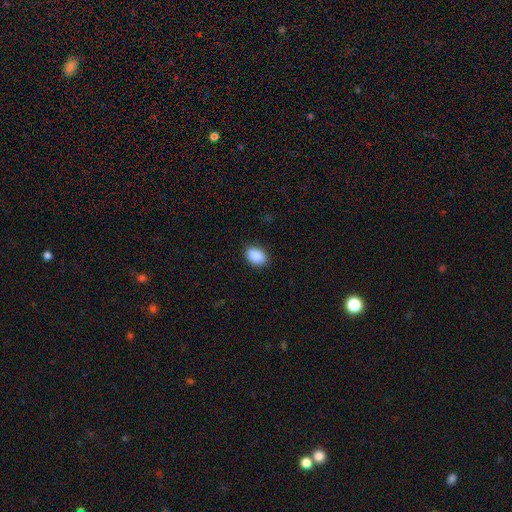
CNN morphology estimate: type=smooth (90%); roundness=in between (86%); merging=none (87%).